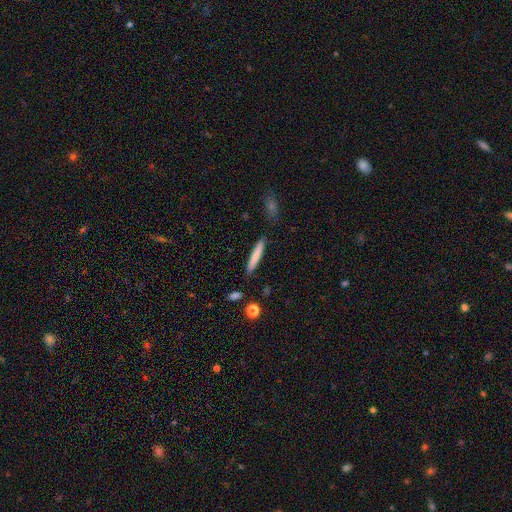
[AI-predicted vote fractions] This appears to be a smooth galaxy with no disk features (76%) that is cigar-shaped (94%). Merging: none (88%).